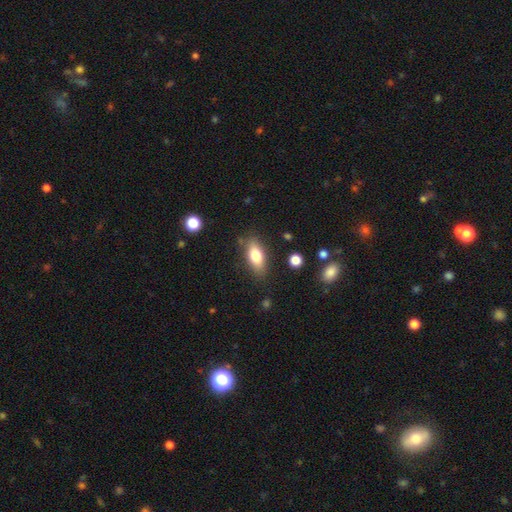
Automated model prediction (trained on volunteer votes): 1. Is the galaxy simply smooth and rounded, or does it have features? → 76% smooth, 17% featured or disk, 7% star or artifact.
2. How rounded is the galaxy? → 79% in between, 18% cigar-shaped, 3% round.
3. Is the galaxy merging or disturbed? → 81% none, 13% minor disturbance, 3% major disturbance, 2% merger.